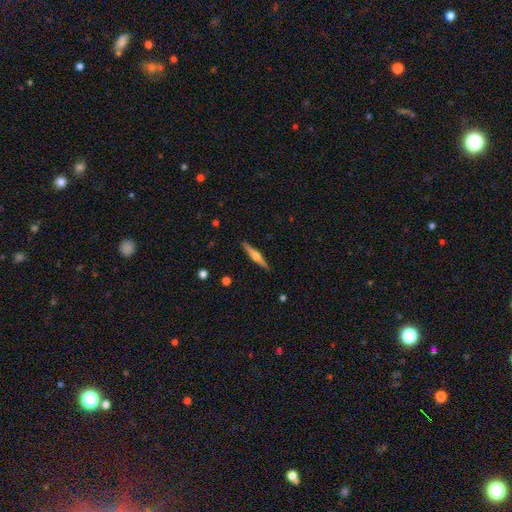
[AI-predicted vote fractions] Overall: featured or disk (66%; smooth 29%). Edge-on disk: yes (98%). Edge-on bulge: rounded (87%). Merging: none (91%).